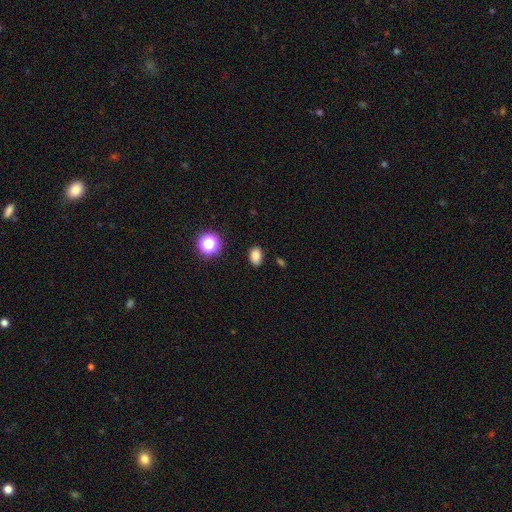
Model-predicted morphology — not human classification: A smooth galaxy with no disk features (82%) that is in between round and cigar-shaped (76%).

Vote fractions:
- Smooth or featured? smooth: 82% / star or artifact: 13% / featured or disk: 4%
- How rounded? in between: 76% / round: 23% / cigar-shaped: 1%
- Merging? none: 87% / minor disturbance: 9% / major disturbance: 2% / merger: 1%